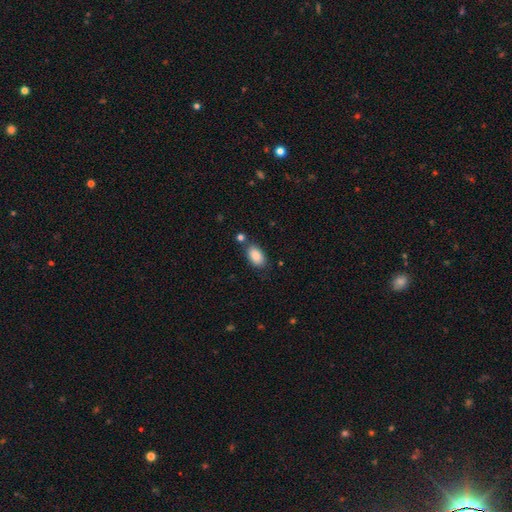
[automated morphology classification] Smooth or featured?
  - smooth: 88% *
  - star or artifact: 7%
  - featured or disk: 5%
How rounded?
  - in between: 93% *
  - round: 5%
  - cigar-shaped: 2%
Merging?
  - none: 72% *
  - minor disturbance: 16%
  - merger: 8%
  - major disturbance: 4%